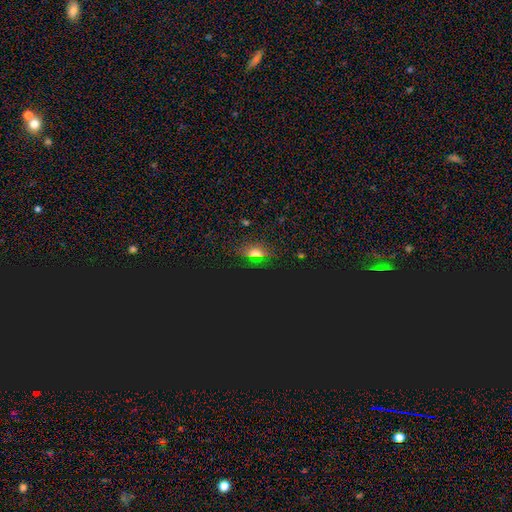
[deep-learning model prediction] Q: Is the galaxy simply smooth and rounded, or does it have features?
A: star or artifact — 55%.